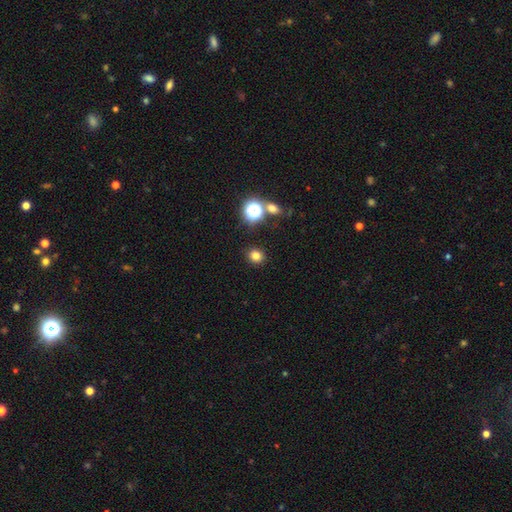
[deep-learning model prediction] The model was most divided on "smooth or featured": smooth: 78%, star or artifact: 17%, featured or disk: 5%. More confident: merging — none (89%); how rounded — round (83%).